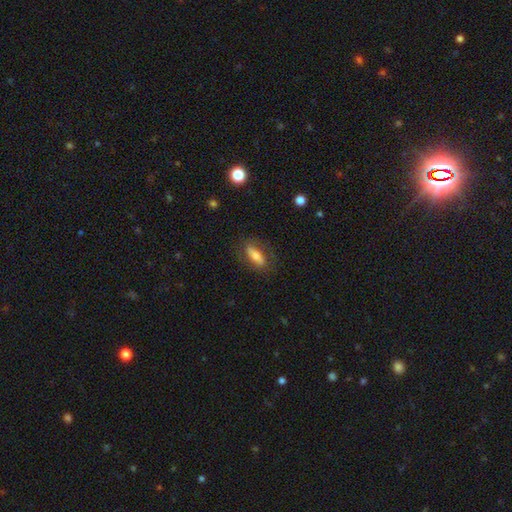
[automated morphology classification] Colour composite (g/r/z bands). It shows a smooth galaxy with no disk features (62%) that is in between round and cigar-shaped (65%). Merging: none (78%).